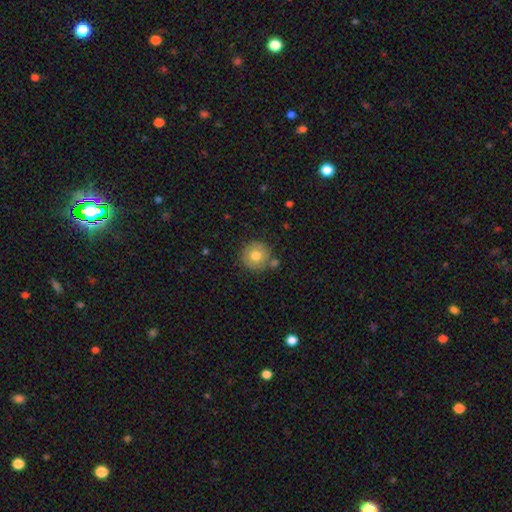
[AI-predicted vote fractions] smooth_or_featured: smooth (p=0.77) [alt: featured or disk p=0.14]
how_rounded: round (p=0.94) [alt: in between p=0.05]
merging: none (p=0.81) [alt: minor disturbance p=0.09]